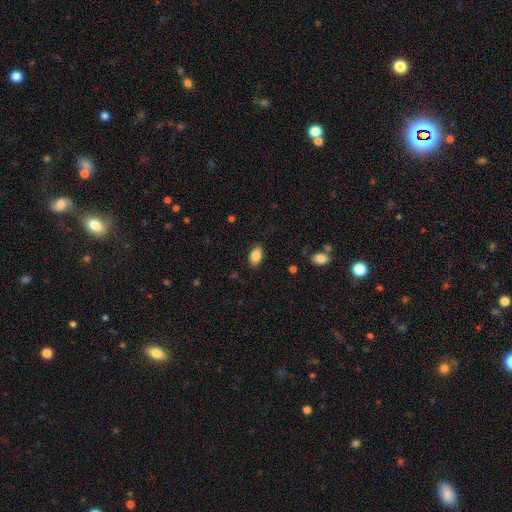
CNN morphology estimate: This appears to be a smooth galaxy with no disk features (85%) that is in between round and cigar-shaped (91%). Merging: none (86%).